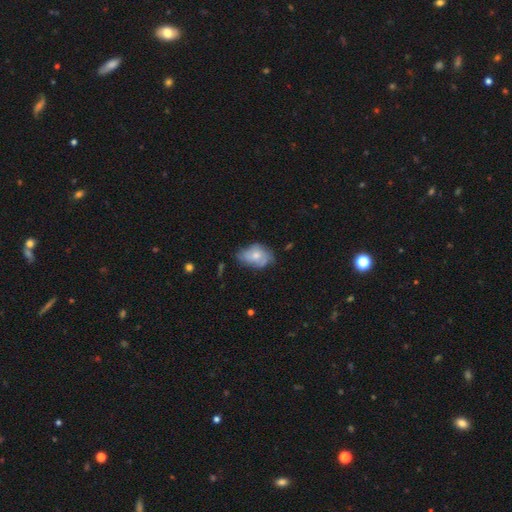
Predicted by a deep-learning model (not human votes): Smooth or featured? smooth (52%)
How rounded? in between (81%)
Merging? none (48%)